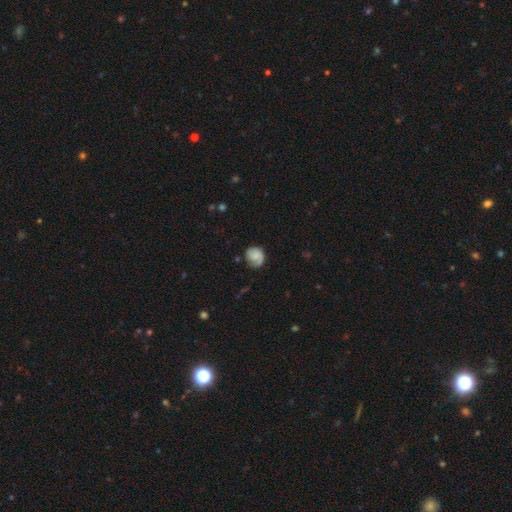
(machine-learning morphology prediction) Smooth or featured: smooth — 50% (featured or disk — 42%)
Merging: none — 61% (minor disturbance — 25%)